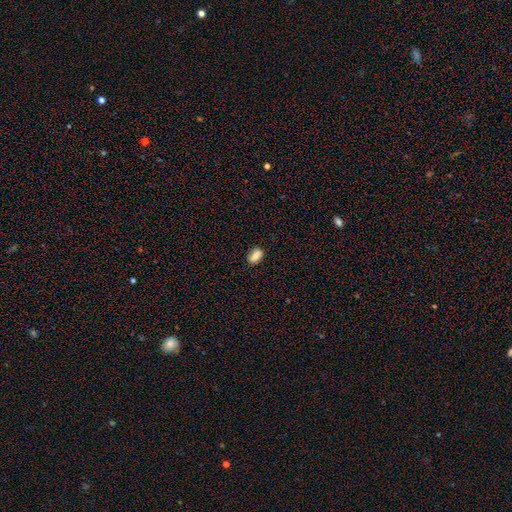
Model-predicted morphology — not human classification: A smooth galaxy with no disk features (82%) that is in between round and cigar-shaped (81%).

Vote fractions:
- Smooth or featured? smooth: 82% / star or artifact: 10% / featured or disk: 8%
- How rounded? in between: 81% / round: 11% / cigar-shaped: 8%
- Merging? none: 78% / minor disturbance: 14% / merger: 5% / major disturbance: 3%